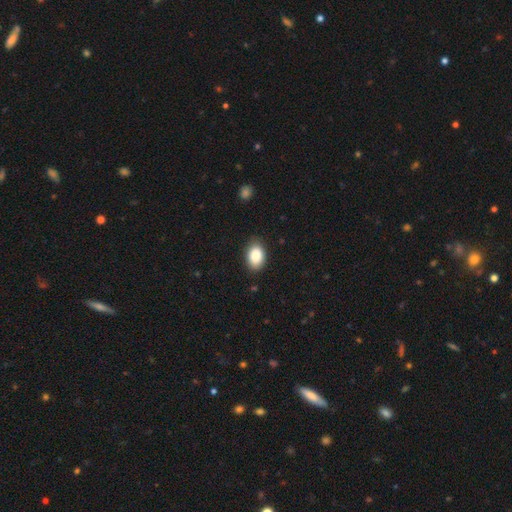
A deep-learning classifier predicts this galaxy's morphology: This is clearly a smooth galaxy (87%). How rounded: clearly in between (87%). Merging: clearly none (84%).